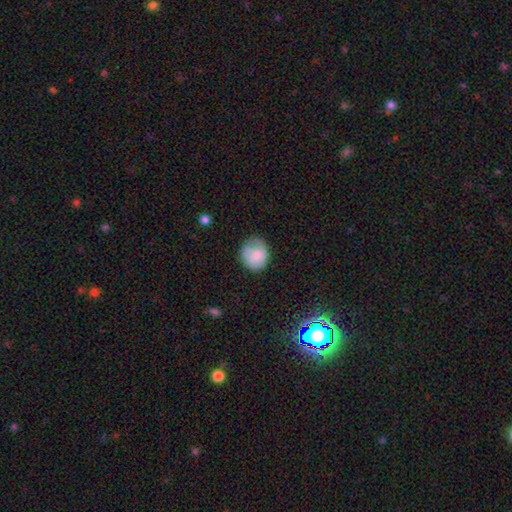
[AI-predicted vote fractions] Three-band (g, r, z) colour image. It shows a smooth galaxy with no disk features (81%) that is round (76%). Merging: none (62%).